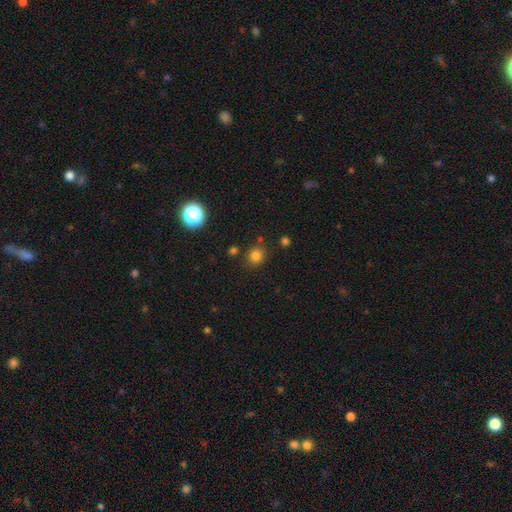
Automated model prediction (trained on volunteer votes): The model was most divided on "how rounded": round: 81%, in between: 18%, cigar-shaped: 1%. More confident: merging — none (82%); smooth or featured — smooth (80%).